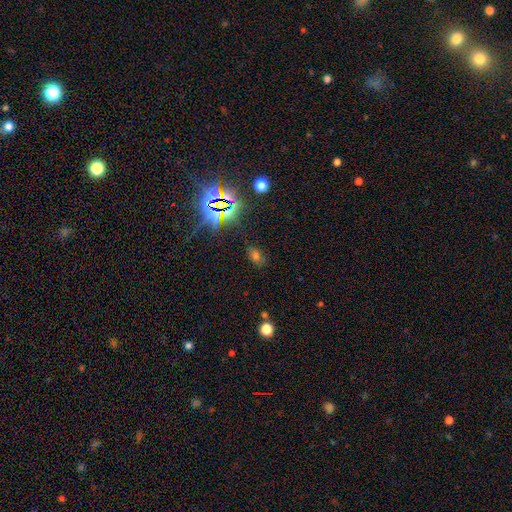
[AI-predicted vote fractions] The model was most divided on "smooth or featured": star or artifact: 47%, smooth: 43%, featured or disk: 10%.